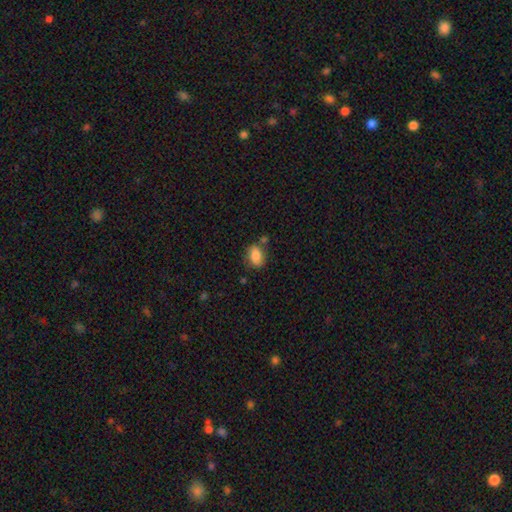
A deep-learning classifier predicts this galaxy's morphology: type=smooth (82%); roundness=in between (77%); merging=none (63%).